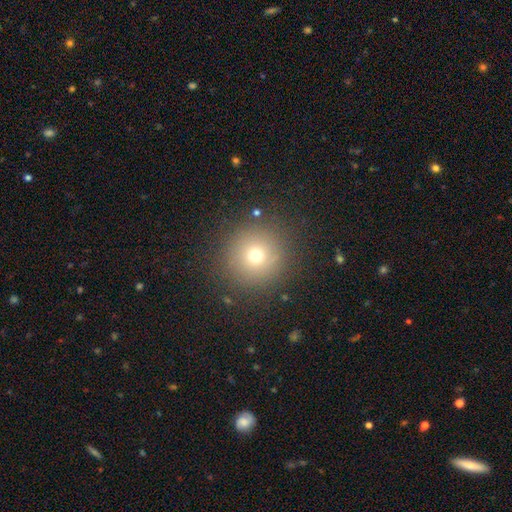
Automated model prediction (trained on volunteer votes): A smooth galaxy with no disk features (68%) that is round (95%). Merging: none (87%).